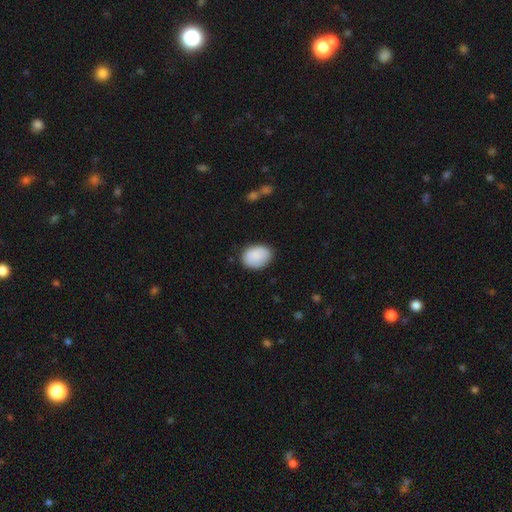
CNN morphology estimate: smooth 89%, star or artifact 6%, featured or disk 5%. Down the decision tree: how rounded — in between (77%); merging — none (82%).